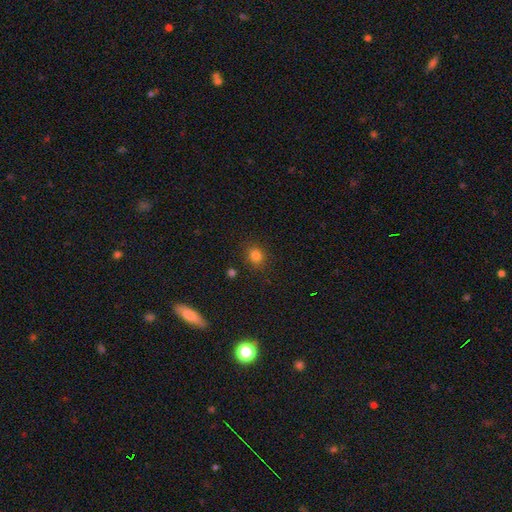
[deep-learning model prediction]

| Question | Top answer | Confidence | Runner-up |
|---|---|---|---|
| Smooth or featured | smooth | 81% | star or artifact (14%) |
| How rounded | round | 69% | in between (30%) |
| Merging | none | 85% | minor disturbance (10%) |